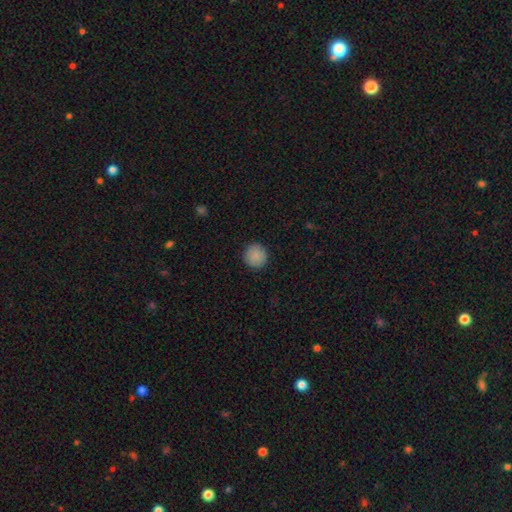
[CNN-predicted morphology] Smooth or featured: smooth — 88% (star or artifact — 8%)
How rounded: round — 95% (in between — 4%)
Merging: none — 91% (minor disturbance — 6%)